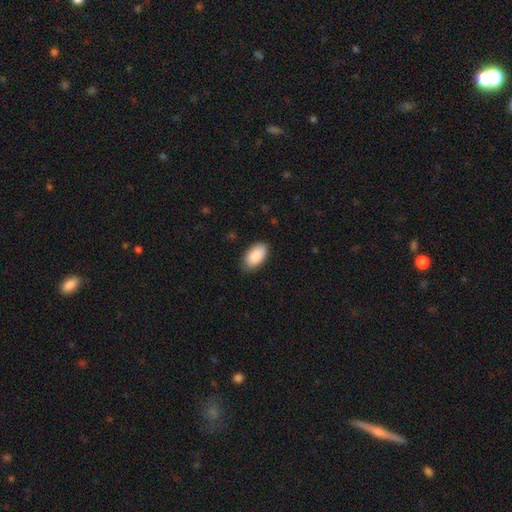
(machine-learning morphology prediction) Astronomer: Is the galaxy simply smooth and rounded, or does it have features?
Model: smooth — 89%.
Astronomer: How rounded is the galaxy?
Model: in between — 95%.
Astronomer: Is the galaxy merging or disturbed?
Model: none — 79%.